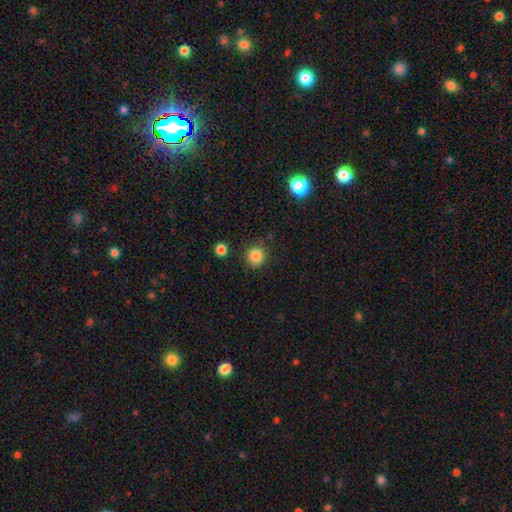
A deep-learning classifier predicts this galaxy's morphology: smooth 85%, star or artifact 11%, featured or disk 4%. Down the decision tree: how rounded — round (93%); merging — none (84%).